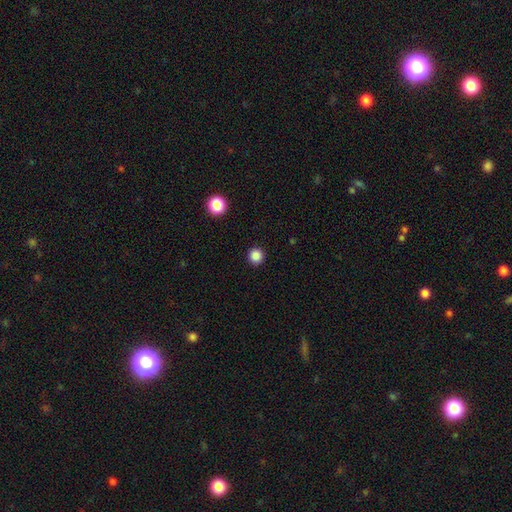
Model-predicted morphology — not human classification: Q: Smooth or featured?
A: smooth (86%); runner-up: star or artifact (11%)
Q: How rounded?
A: round (95%); runner-up: in between (4%)
Q: Merging?
A: none (93%); runner-up: minor disturbance (5%)